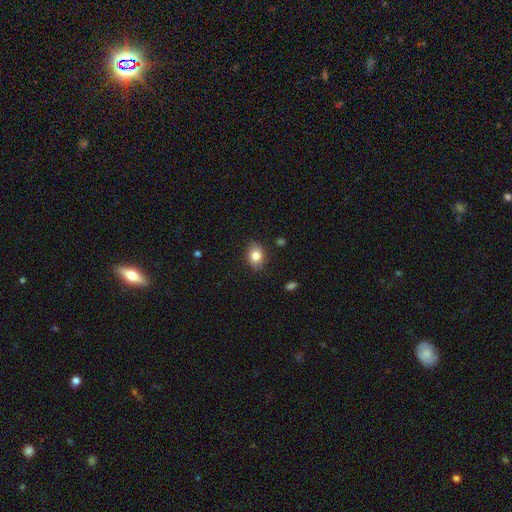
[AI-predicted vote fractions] Smooth or featured?
  - smooth: 82% *
  - featured or disk: 9%
  - star or artifact: 9%
How rounded?
  - in between: 68% *
  - round: 31%
  - cigar-shaped: 1%
Merging?
  - none: 84% *
  - minor disturbance: 12%
  - major disturbance: 2%
  - merger: 1%